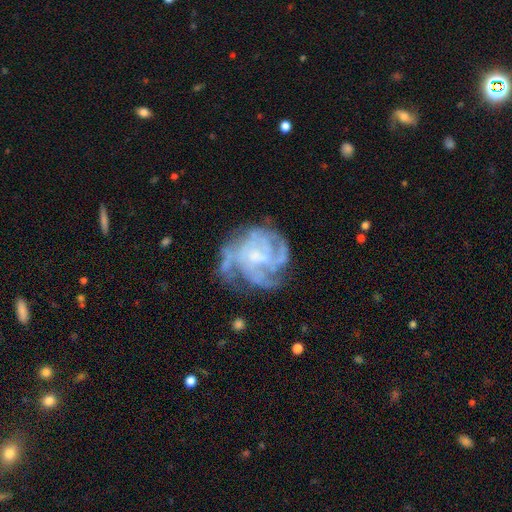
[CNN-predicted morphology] Smooth or featured? Predicted: featured or disk (p=0.81). Edge-on disk? Predicted: no (p=0.98). Bar? Predicted: no (p=0.60). Spiral arms? Predicted: yes (p=0.90). Spiral winding? Predicted: tight (p=0.56). Spiral arm count? Predicted: can't tell (p=0.33). Bulge size? Predicted: small (p=0.39). Merging? Predicted: none (p=0.61).